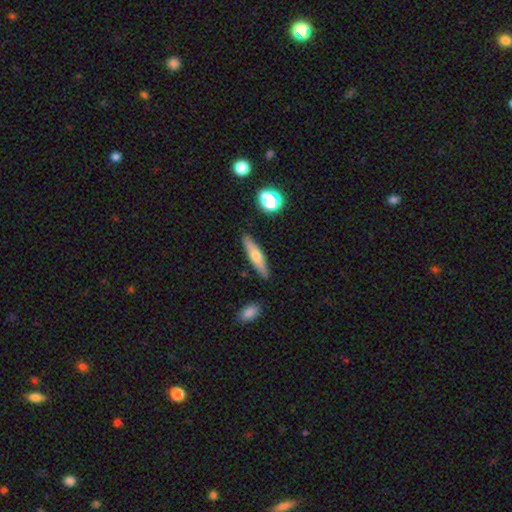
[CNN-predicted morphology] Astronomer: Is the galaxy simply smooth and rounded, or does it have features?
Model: smooth — 57% (runner-up: featured or disk, 35%).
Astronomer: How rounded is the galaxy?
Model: cigar-shaped — 76%.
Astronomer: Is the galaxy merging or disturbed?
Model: none — 86%.